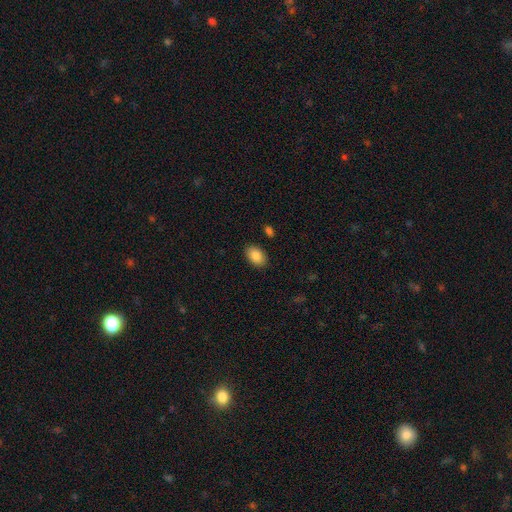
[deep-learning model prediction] The model was most divided on "how rounded": in between: 88%, round: 11%, cigar-shaped: 1%. More confident: merging — none (88%); smooth or featured — smooth (87%).